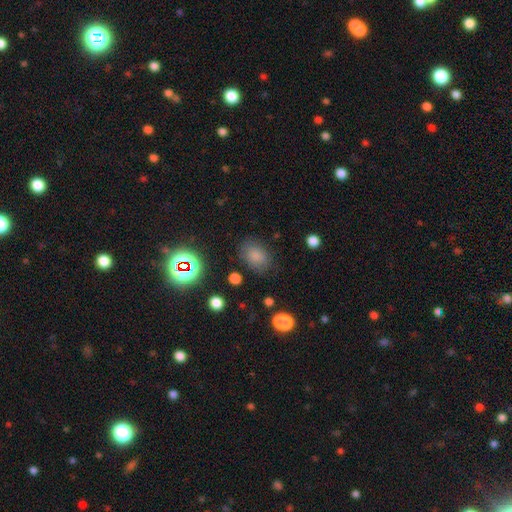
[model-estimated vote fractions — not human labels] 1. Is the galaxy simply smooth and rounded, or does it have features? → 78% smooth, 16% star or artifact, 7% featured or disk.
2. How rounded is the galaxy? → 69% in between, 30% round, 1% cigar-shaped.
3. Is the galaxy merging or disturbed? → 77% none, 15% minor disturbance, 5% major disturbance, 2% merger.